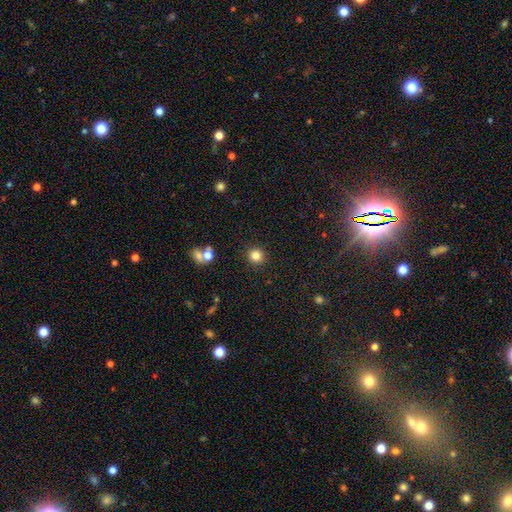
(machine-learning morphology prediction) smooth_or_featured: smooth (p=0.83) [alt: star or artifact p=0.12]
how_rounded: round (p=0.91) [alt: in between p=0.08]
merging: none (p=0.89) [alt: minor disturbance p=0.06]